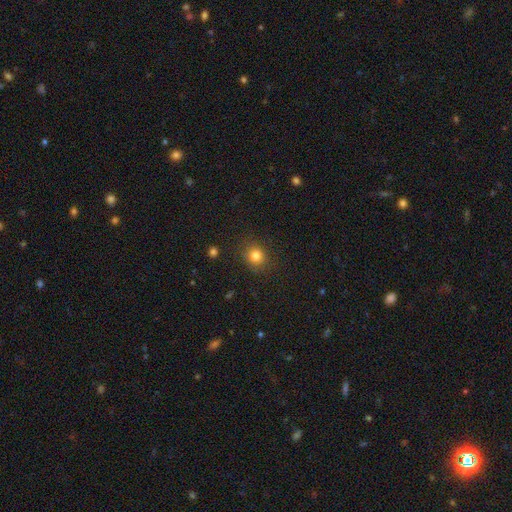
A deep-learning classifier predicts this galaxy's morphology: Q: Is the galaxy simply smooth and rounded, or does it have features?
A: smooth — 82%.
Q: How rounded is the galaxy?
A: round — 81%.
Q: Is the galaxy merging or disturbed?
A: none — 87%.